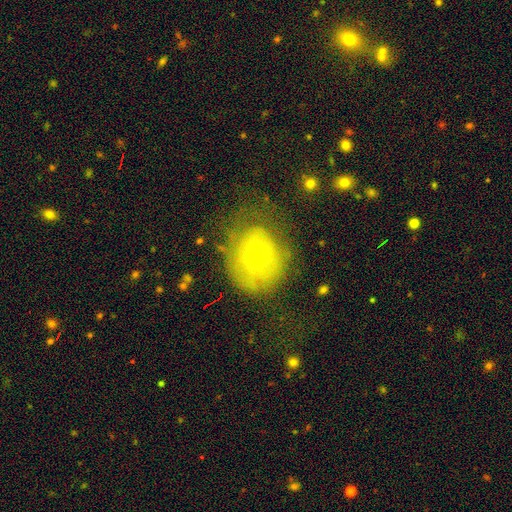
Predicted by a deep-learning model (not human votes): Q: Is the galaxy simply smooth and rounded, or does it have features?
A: smooth — 45%.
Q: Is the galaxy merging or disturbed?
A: none — 49%.